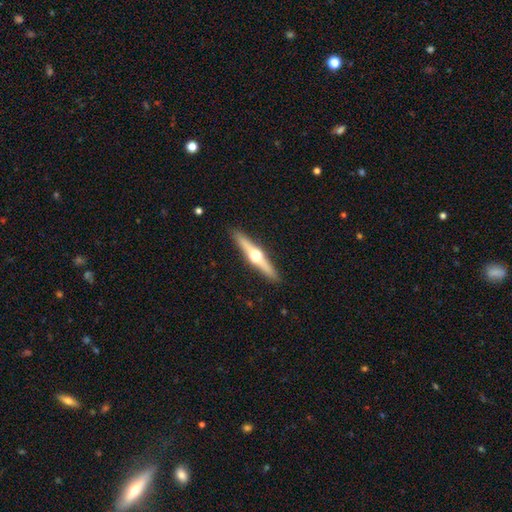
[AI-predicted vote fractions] Morphology: type=featured or disk (73%); edge-on=yes (97%); edge-on bulge=rounded (96%); merging=none (91%).